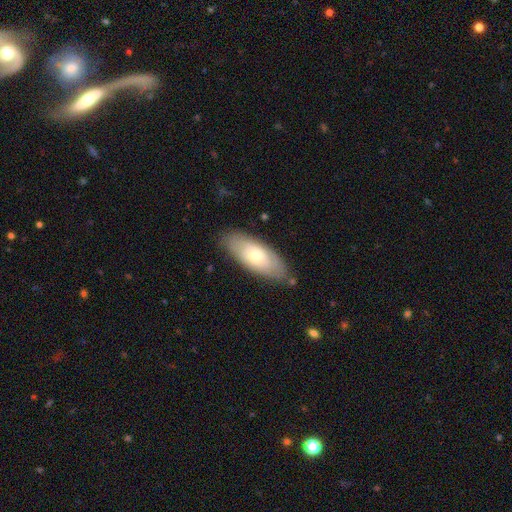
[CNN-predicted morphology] Overall: smooth (61%; featured or disk 34%). How rounded: in between (81%). Merging: none (79%).